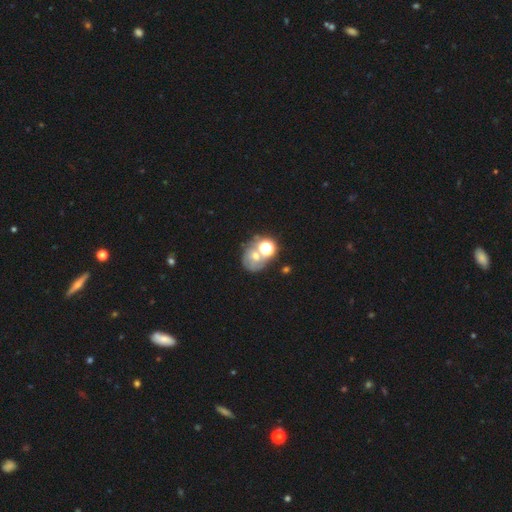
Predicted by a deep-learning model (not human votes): Q: Smooth or featured?
A: smooth (43%); runner-up: featured or disk (31%)
Q: Merging?
A: none (43%); runner-up: merger (32%)